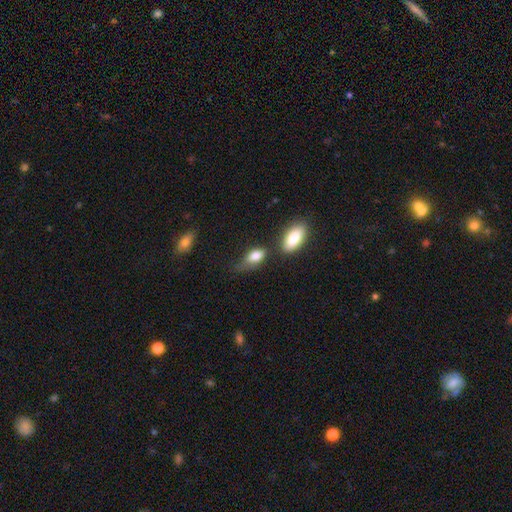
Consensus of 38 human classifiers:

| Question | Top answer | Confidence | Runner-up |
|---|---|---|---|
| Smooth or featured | smooth | 82% | featured or disk (11%) |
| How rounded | in between | 94% | round (3%) |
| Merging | minor disturbance | 34% | major disturbance (26%) |